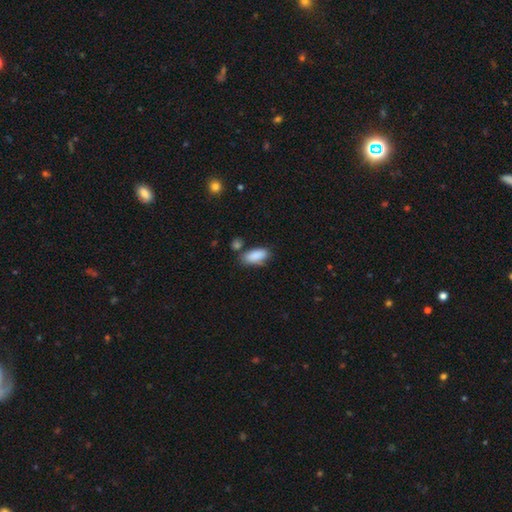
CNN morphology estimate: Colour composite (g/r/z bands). It shows a smooth galaxy with no disk features (88%) that is in between round and cigar-shaped (89%). Merging: none (67%).